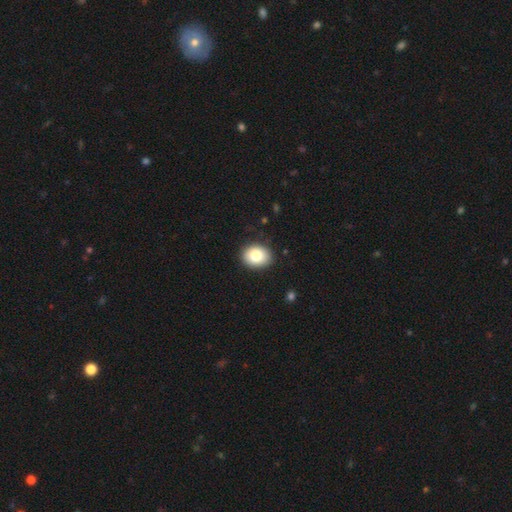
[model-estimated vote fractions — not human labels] smooth-or-featured: smooth: 81% | featured or disk: 11% | star or artifact: 8%
  how-rounded: in between: 53% | round: 47% | cigar-shaped: 1%
  merging: none: 87% | minor disturbance: 9% | major disturbance: 2% | merger: 1%